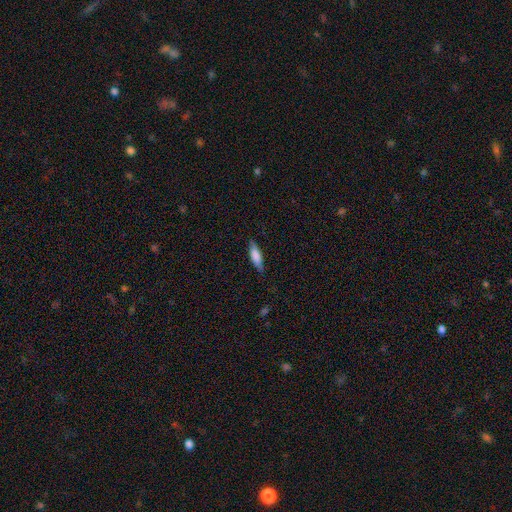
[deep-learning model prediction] Q: Smooth or featured?
A: smooth (71%); runner-up: featured or disk (22%)
Q: How rounded?
A: cigar-shaped (54%); runner-up: in between (44%)
Q: Merging?
A: none (79%); runner-up: minor disturbance (16%)